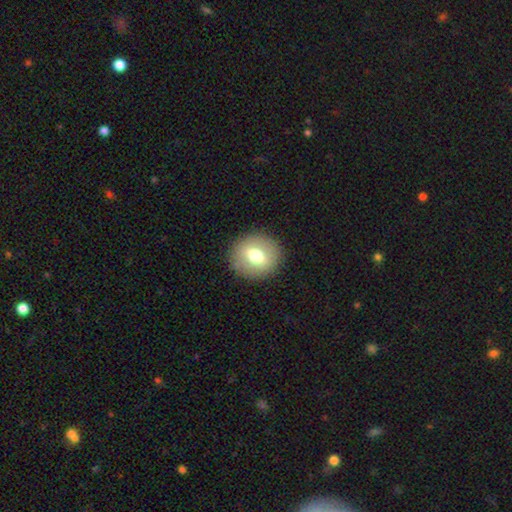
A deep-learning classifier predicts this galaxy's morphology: type=smooth (67%); roundness=round (83%); merging=none (89%).